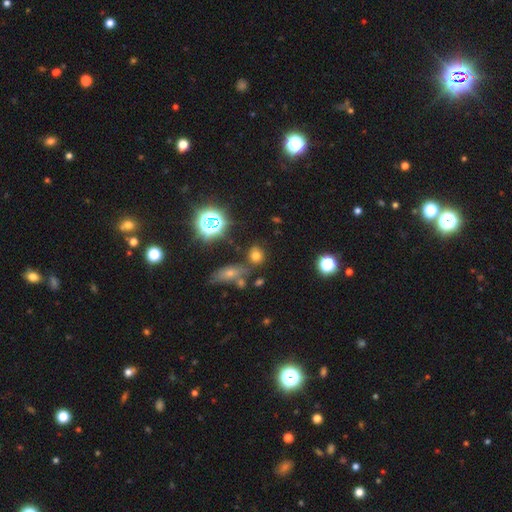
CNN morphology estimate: Overall: smooth (67%). How rounded: round (67%; in between 30%). Merging: none (74%).